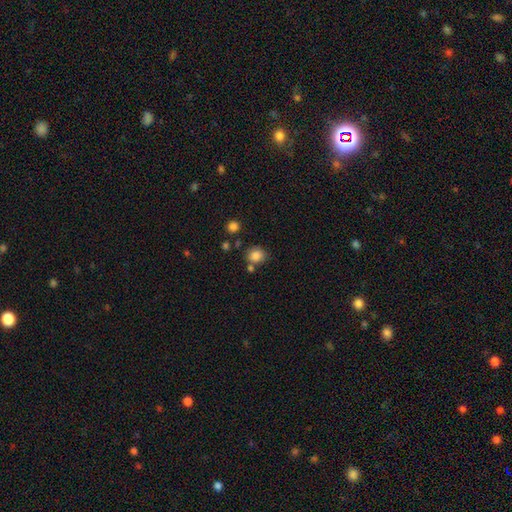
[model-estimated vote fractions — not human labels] Morphology: type=smooth (84%); roundness=round (78%); merging=none (72%).